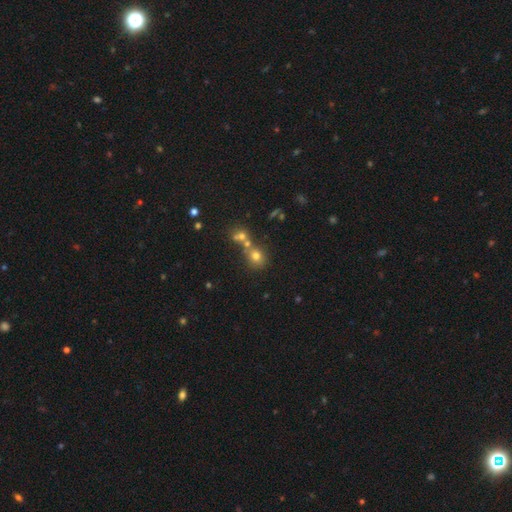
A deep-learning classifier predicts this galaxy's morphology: type=smooth (69%); roundness=round (75%); merging=none (50%).